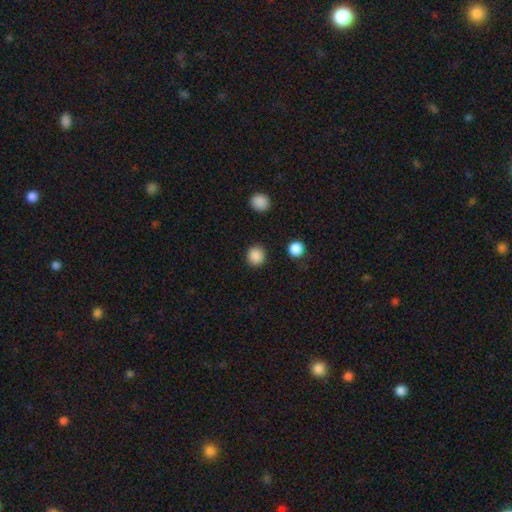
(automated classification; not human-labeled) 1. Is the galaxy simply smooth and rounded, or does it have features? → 87% smooth, 10% star or artifact, 3% featured or disk.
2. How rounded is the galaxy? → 91% round, 8% in between, 1% cigar-shaped.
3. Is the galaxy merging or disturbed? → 90% none, 6% minor disturbance, 2% major disturbance, 2% merger.